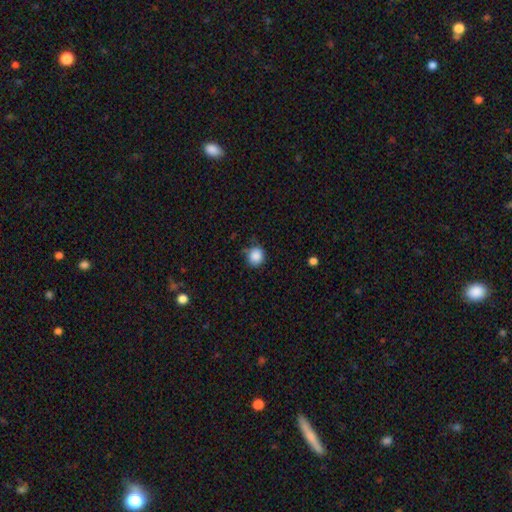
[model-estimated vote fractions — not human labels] smooth-or-featured: smooth: 87% | star or artifact: 9% | featured or disk: 3%
  how-rounded: round: 84% | in between: 15% | cigar-shaped: 1%
  merging: none: 75% | minor disturbance: 19% | major disturbance: 4% | merger: 2%